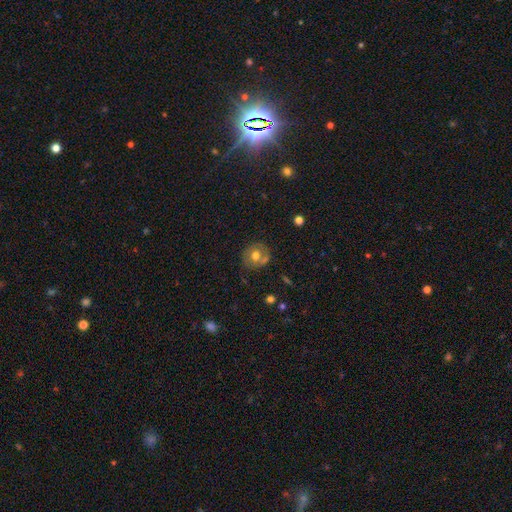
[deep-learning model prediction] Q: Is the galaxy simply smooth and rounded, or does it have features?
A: smooth — 61%.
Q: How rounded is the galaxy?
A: round — 84%.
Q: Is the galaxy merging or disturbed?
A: none — 74%.